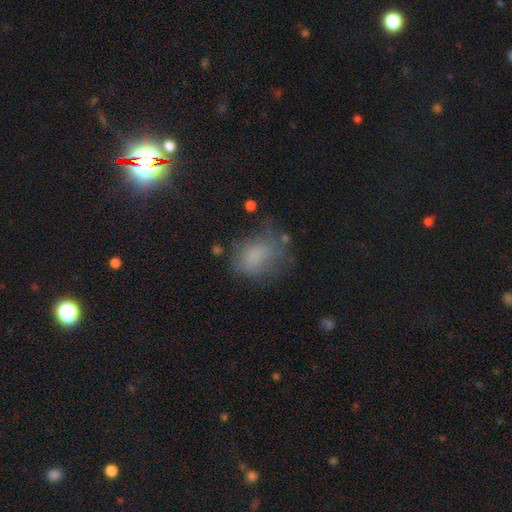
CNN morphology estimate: smooth-or-featured: smooth: 66% | featured or disk: 19% | star or artifact: 15%
  how-rounded: in between: 59% | round: 40% | cigar-shaped: 2%
  merging: none: 48% | minor disturbance: 28% | major disturbance: 20% | merger: 4%